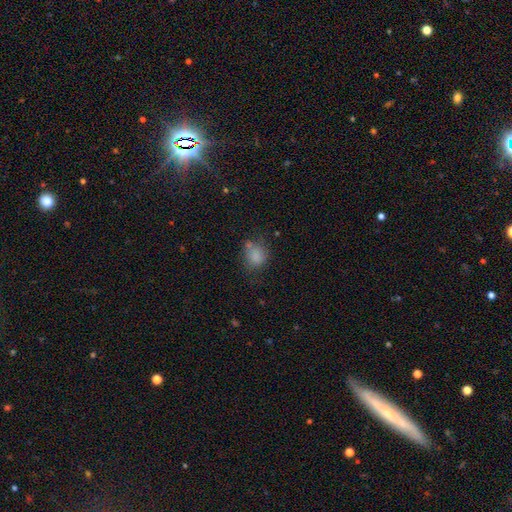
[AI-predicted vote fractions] This is clearly a smooth galaxy (82%). How rounded: likely round (63%). Merging: possibly none (59%).